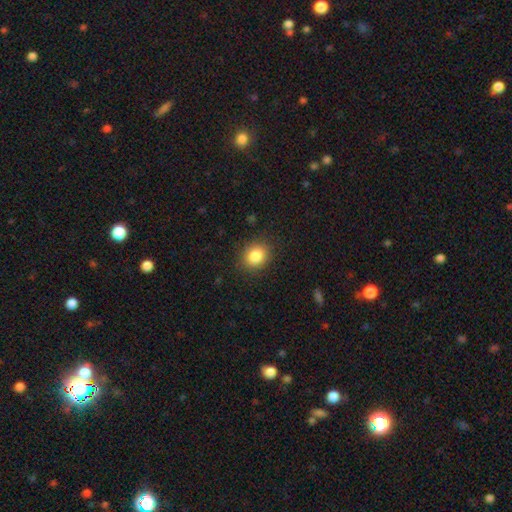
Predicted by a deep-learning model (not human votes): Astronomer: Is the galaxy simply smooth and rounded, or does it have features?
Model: smooth — 84%.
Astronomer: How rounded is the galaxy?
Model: round — 66%.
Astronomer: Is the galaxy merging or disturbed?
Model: none — 87%.